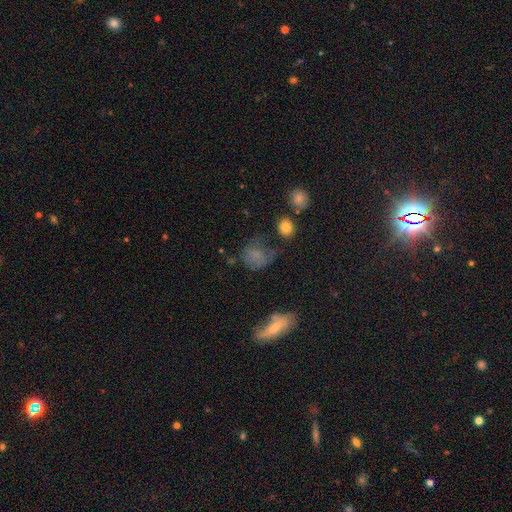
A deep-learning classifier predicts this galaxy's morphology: The model was most divided on "merging": none: 41%, minor disturbance: 27%, major disturbance: 25%, merger: 7%. More confident: smooth or featured — smooth (68%); how rounded — round (61%).